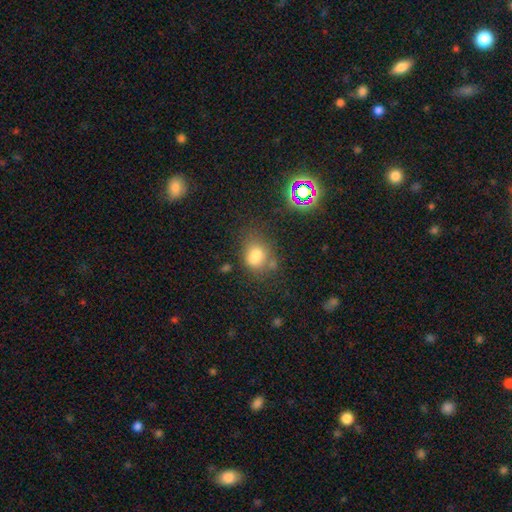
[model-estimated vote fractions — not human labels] A smooth galaxy with no disk features (71%) that is round (53%).

Vote fractions:
- Smooth or featured? smooth: 71% / star or artifact: 17% / featured or disk: 11%
- How rounded? round: 53% / in between: 46% / cigar-shaped: 1%
- Merging? none: 52% / minor disturbance: 23% / merger: 13% / major disturbance: 12%